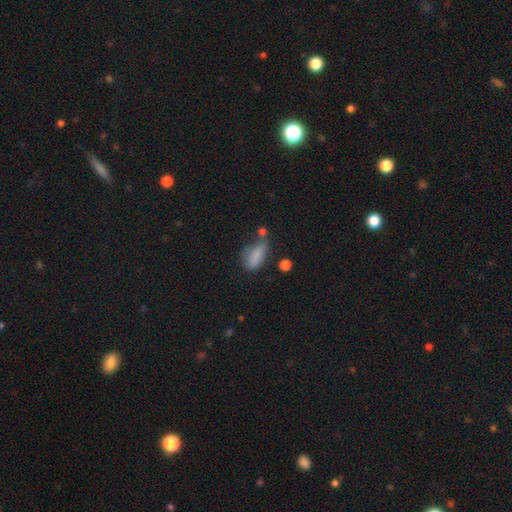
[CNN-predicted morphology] A smooth galaxy with no disk features (79%) that is in between round and cigar-shaped (76%).

Vote fractions:
- Smooth or featured? smooth: 79% / featured or disk: 11% / star or artifact: 10%
- How rounded? in between: 76% / cigar-shaped: 19% / round: 5%
- Merging? none: 39% / minor disturbance: 32% / major disturbance: 17% / merger: 11%